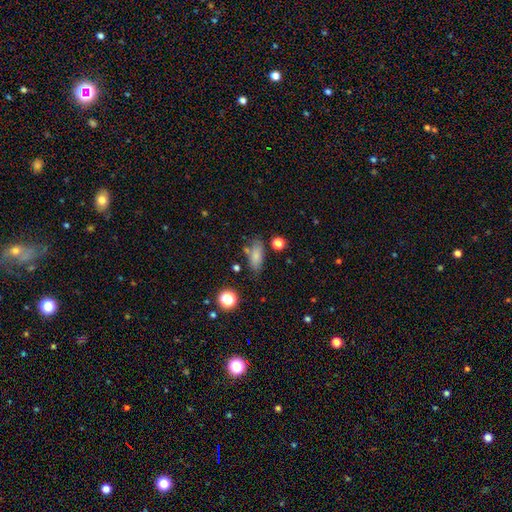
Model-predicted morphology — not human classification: Smooth or featured? Predicted: smooth (p=0.78). How rounded? Predicted: in between (p=0.76). Merging? Predicted: none (p=0.70).